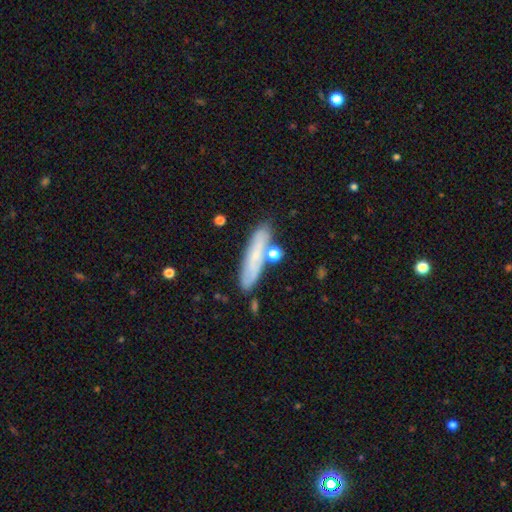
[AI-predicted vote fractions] A smooth galaxy with no disk features (55%) that is cigar-shaped (76%).

Vote fractions:
- Smooth or featured? smooth: 55% / featured or disk: 36% / star or artifact: 9%
- How rounded? cigar-shaped: 76% / in between: 21% / round: 3%
- Merging? none: 74% / minor disturbance: 14% / merger: 9% / major disturbance: 3%